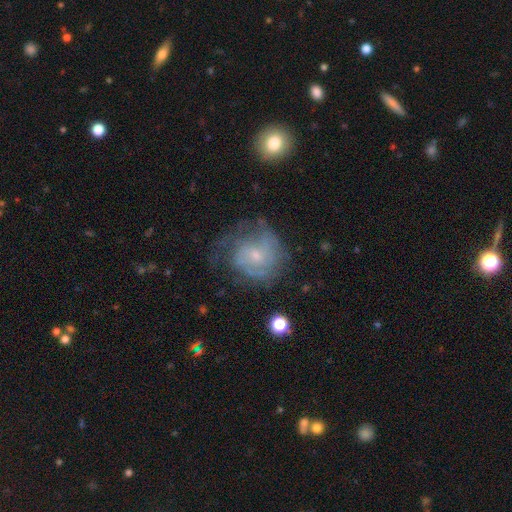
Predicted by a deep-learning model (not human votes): smooth-or-featured: featured or disk: 72% | smooth: 20% | star or artifact: 8%
  disk-edge-on: no: 97% | yes: 3%
    bar: no: 61% | weak: 34% | strong: 5%
    has-spiral-arms: yes: 86% | no: 14%
      spiral-winding: tight: 50% | medium: 37% | loose: 13%
      spiral-arm-count: can't tell: 42% | 2: 28% | 3: 15% | 1: 6% | 4: 5% | more than 4: 4%
    bulge-size: small: 67% | moderate: 26% | none: 5% | large: 2% | dominant: 1%
  merging: none: 52% | minor disturbance: 24% | major disturbance: 21% | merger: 2%